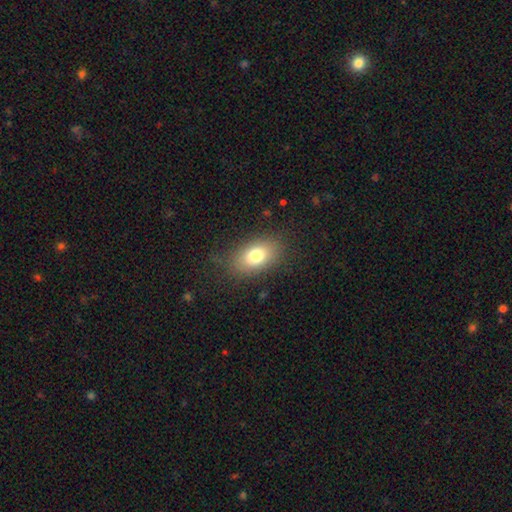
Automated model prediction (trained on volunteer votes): Smooth or featured?
  - smooth: 77% *
  - featured or disk: 13%
  - star or artifact: 10%
How rounded?
  - in between: 86% *
  - round: 12%
  - cigar-shaped: 2%
Merging?
  - none: 81% *
  - minor disturbance: 12%
  - major disturbance: 5%
  - merger: 1%